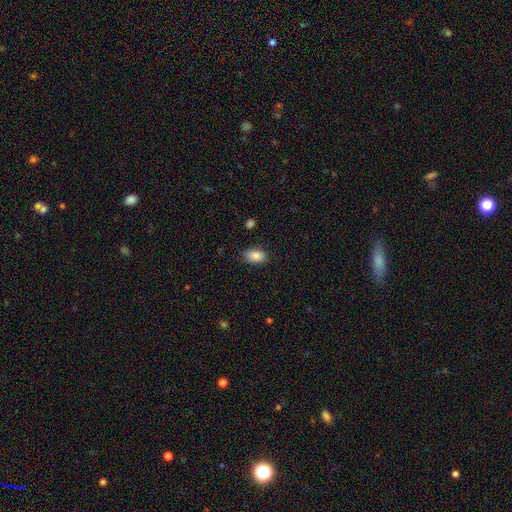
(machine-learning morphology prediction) smooth 87%, star or artifact 8%, featured or disk 5%. Down the decision tree: how rounded — in between (91%); merging — none (80%).